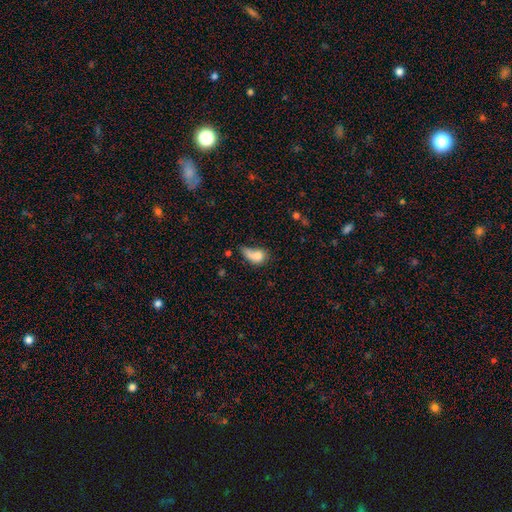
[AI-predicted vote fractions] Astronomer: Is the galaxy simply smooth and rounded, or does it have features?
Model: smooth — 71%.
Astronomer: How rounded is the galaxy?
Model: in between — 77%.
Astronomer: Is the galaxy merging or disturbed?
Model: major disturbance — 35% (runner-up: minor disturbance, 23%).